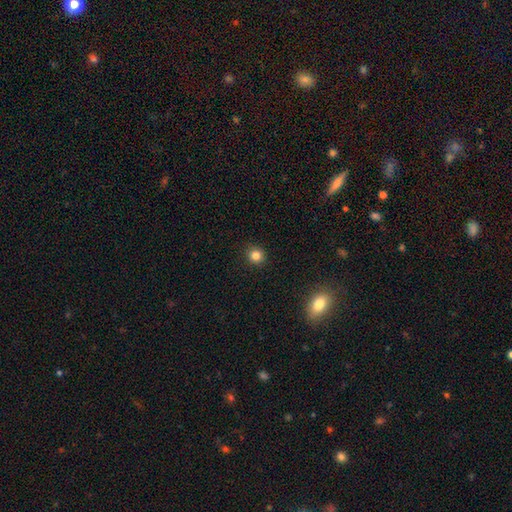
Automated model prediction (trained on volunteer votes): Overall: smooth (82%). How rounded: round (90%). Merging: none (91%).